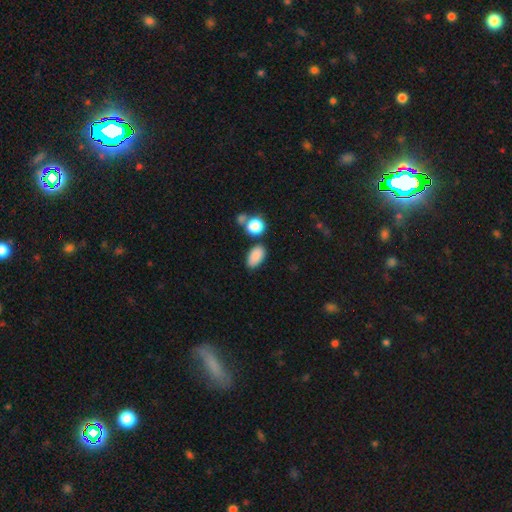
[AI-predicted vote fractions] A smooth galaxy with no disk features (87%) that is in between round and cigar-shaped (91%).

Vote fractions:
- Smooth or featured? smooth: 87% / star or artifact: 8% / featured or disk: 5%
- How rounded? in between: 91% / round: 6% / cigar-shaped: 2%
- Merging? none: 70% / minor disturbance: 15% / merger: 11% / major disturbance: 4%